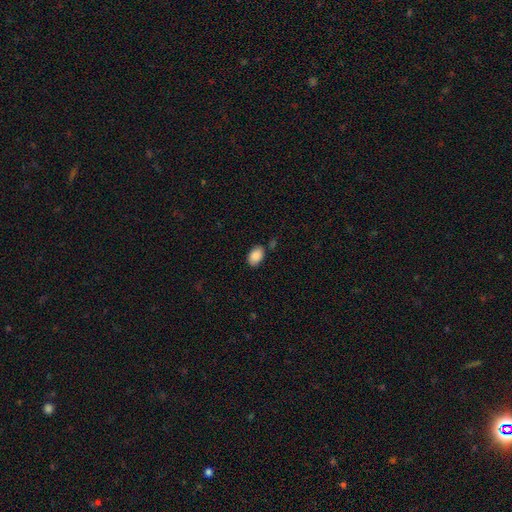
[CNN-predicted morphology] Smooth or featured? smooth (89%)
How rounded? in between (88%)
Merging? none (80%)